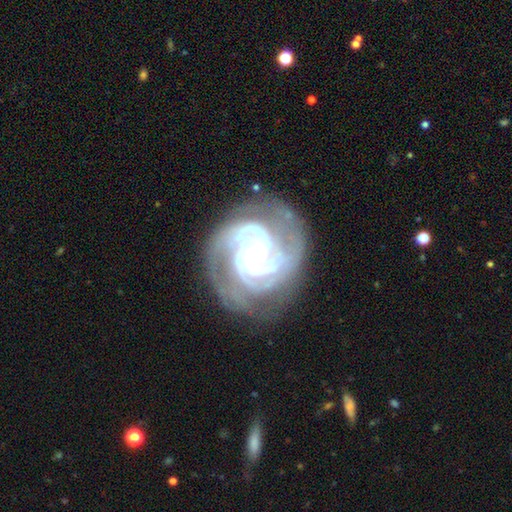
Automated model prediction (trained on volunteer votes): Overall: featured or disk (89%). Edge-on disk: no (98%). Bar: no (47%; weak 35%). Spiral arms: yes (96%). Spiral arm count: 2 (32%; 3 26%). Spiral winding: tight (63%; medium 30%). Bulge size: moderate (53%; small 36%). Merging: none (66%).